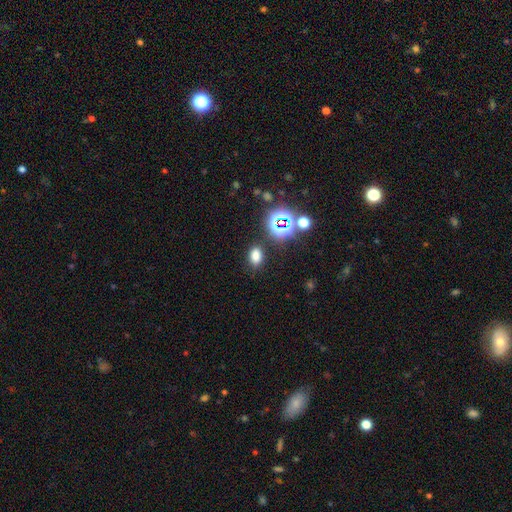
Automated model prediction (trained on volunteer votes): The model was most divided on "smooth or featured": smooth: 73%, star or artifact: 21%, featured or disk: 6%. More confident: merging — none (83%); how rounded — in between (78%).